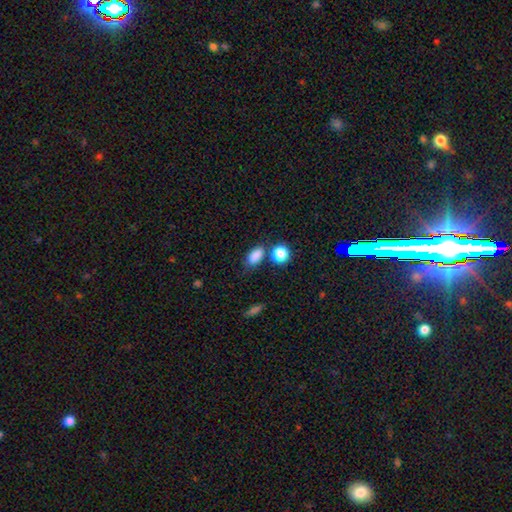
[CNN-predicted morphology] Q: Smooth or featured?
A: smooth (84%); runner-up: star or artifact (11%)
Q: How rounded?
A: in between (82%); runner-up: round (13%)
Q: Merging?
A: none (64%); runner-up: minor disturbance (17%)